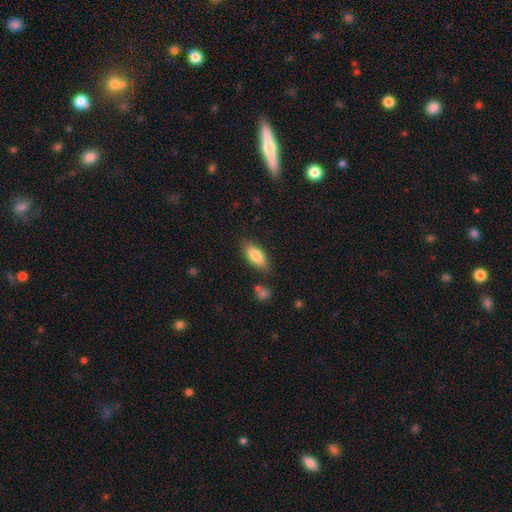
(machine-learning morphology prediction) A smooth galaxy with no disk features (82%) that is in between round and cigar-shaped (81%). Merging: none (81%).